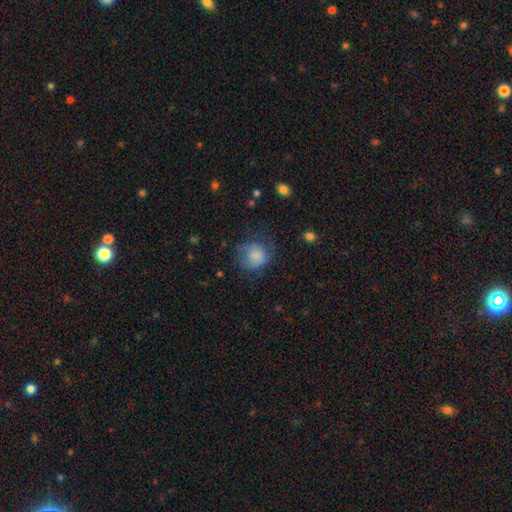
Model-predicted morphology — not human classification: Q: Smooth or featured?
A: smooth (75%); runner-up: featured or disk (16%)
Q: How rounded?
A: round (79%); runner-up: in between (20%)
Q: Merging?
A: none (50%); runner-up: minor disturbance (27%)